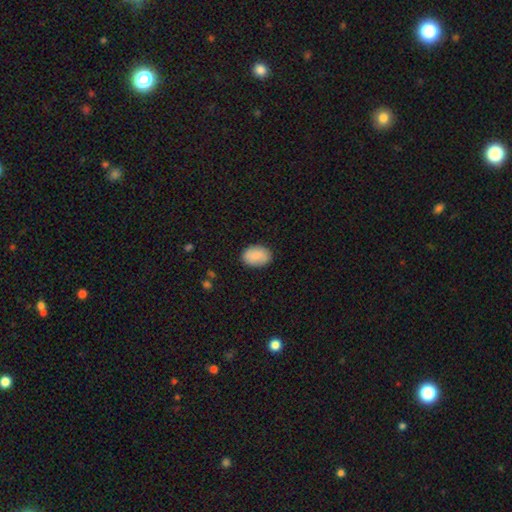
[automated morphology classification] A smooth galaxy with no disk features (86%) that is in between round and cigar-shaped (81%). Merging: none (85%).